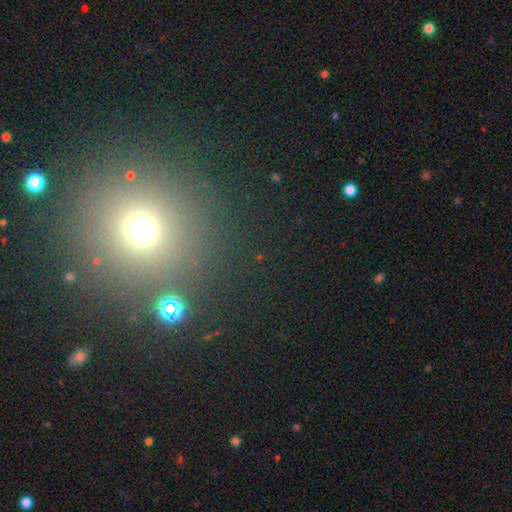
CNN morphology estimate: Smooth or featured: smooth — 48% (star or artifact — 43%)
Merging: none — 85% (minor disturbance — 7%)